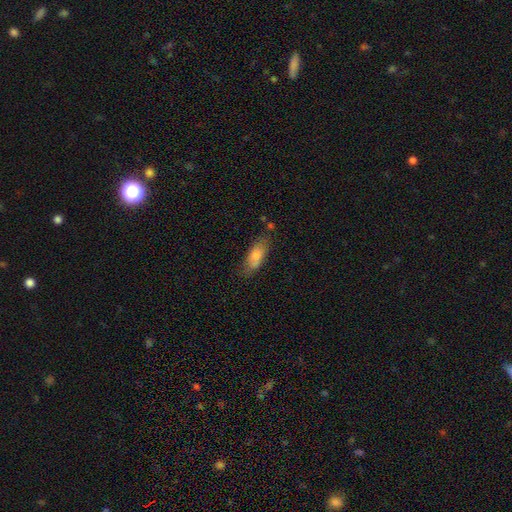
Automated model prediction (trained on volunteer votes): Smooth or featured: smooth — 74% (featured or disk — 18%)
How rounded: in between — 66% (cigar-shaped — 31%)
Merging: none — 66% (minor disturbance — 21%)